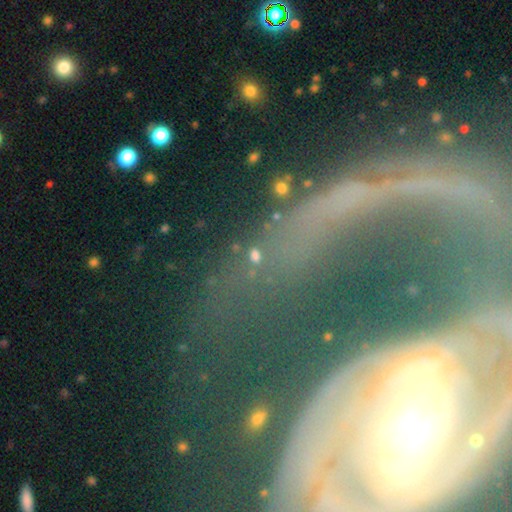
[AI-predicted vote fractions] A star or artifact, not a galaxy (46%).